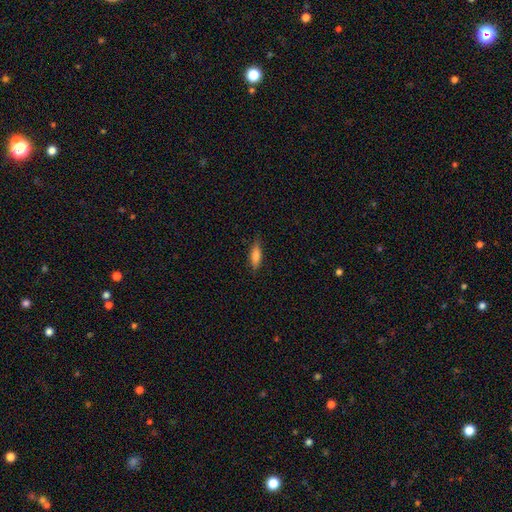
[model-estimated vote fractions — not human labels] This appears to be a smooth galaxy with no disk features (75%) that is in between round and cigar-shaped (52%). Merging: none (83%).